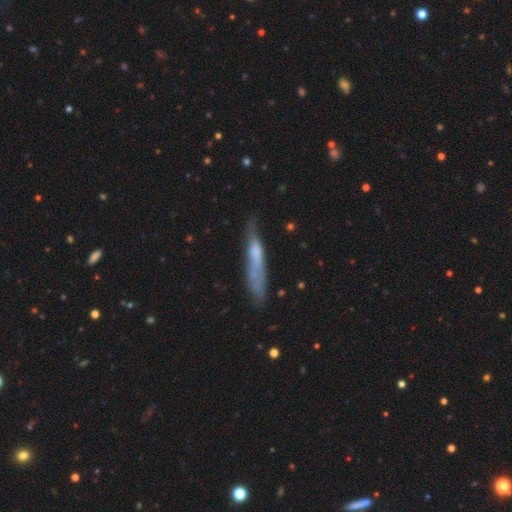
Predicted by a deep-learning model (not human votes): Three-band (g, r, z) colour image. It shows a smooth galaxy with no disk features (52%) that is cigar-shaped (89%). Merging: none (57%).